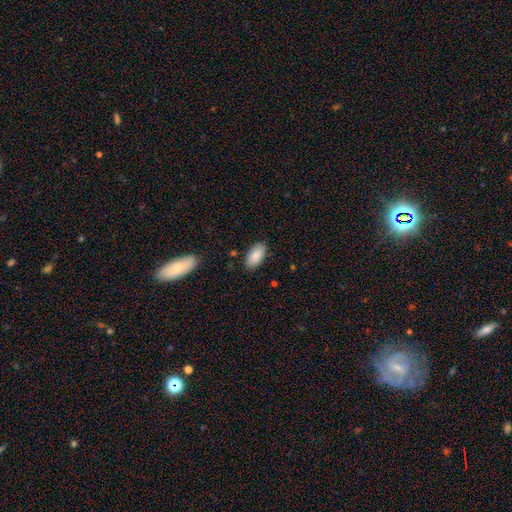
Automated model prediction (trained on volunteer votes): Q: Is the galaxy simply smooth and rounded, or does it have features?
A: smooth — 88%.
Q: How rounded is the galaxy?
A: in between — 93%.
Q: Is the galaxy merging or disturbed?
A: none — 85%.